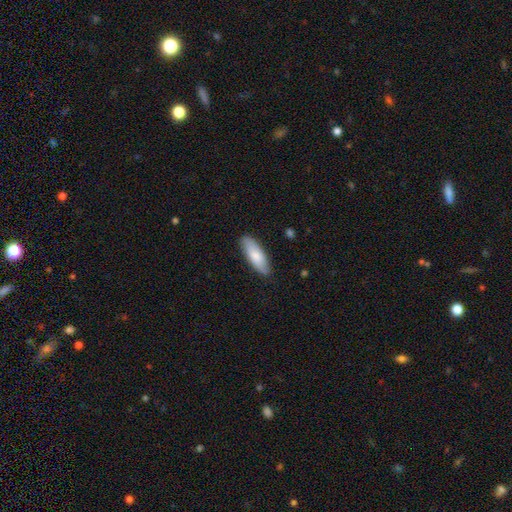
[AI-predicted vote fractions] The model was most divided on "how rounded": in between: 63%, cigar-shaped: 35%, round: 2%. More confident: merging — none (86%); smooth or featured — smooth (76%).